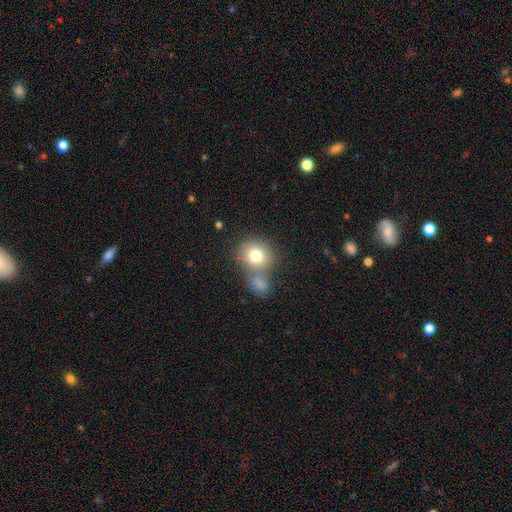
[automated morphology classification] A smooth galaxy with no disk features (78%) that is round (74%). Merging: none (49%).